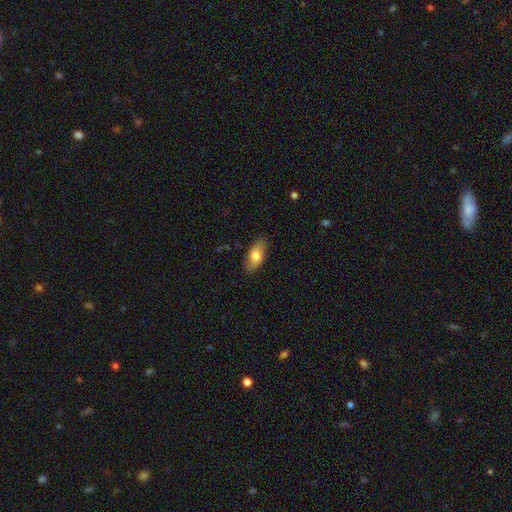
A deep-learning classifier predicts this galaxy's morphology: Smooth or featured? smooth (76%)
How rounded? in between (87%)
Merging? none (84%)